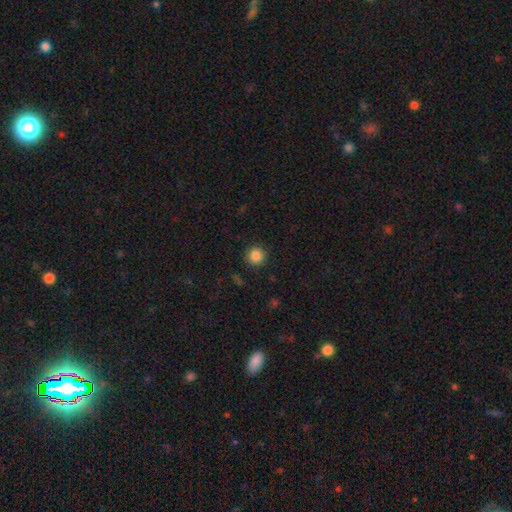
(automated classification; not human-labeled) This appears to be a smooth galaxy with no disk features (86%) that is round (95%). Merging: none (91%).